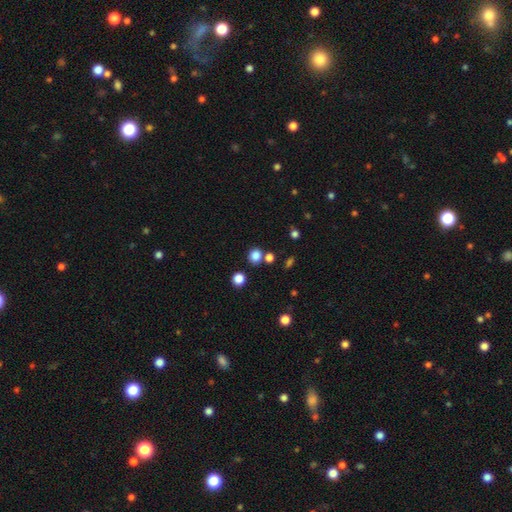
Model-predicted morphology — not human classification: Q: Smooth or featured?
A: smooth (81%); runner-up: star or artifact (14%)
Q: How rounded?
A: round (82%); runner-up: in between (17%)
Q: Merging?
A: none (74%); runner-up: merger (14%)